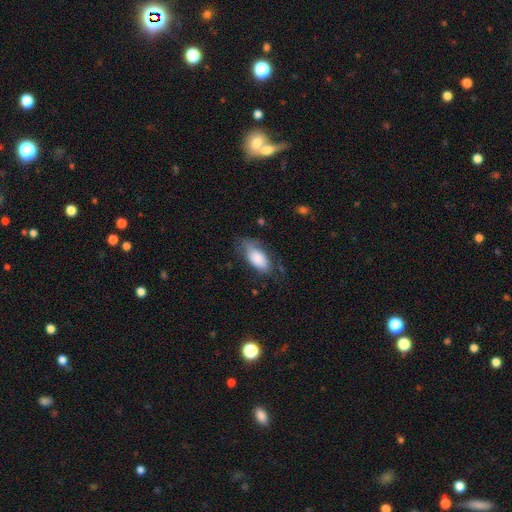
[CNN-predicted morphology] This is likely a smooth galaxy (77%). How rounded: clearly in between (90%). Merging: possibly none (53%).